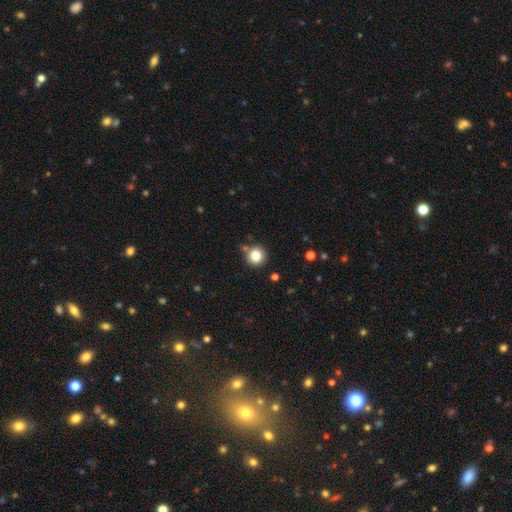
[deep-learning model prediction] Morphology: type=smooth (82%); roundness=round (95%); merging=none (82%).